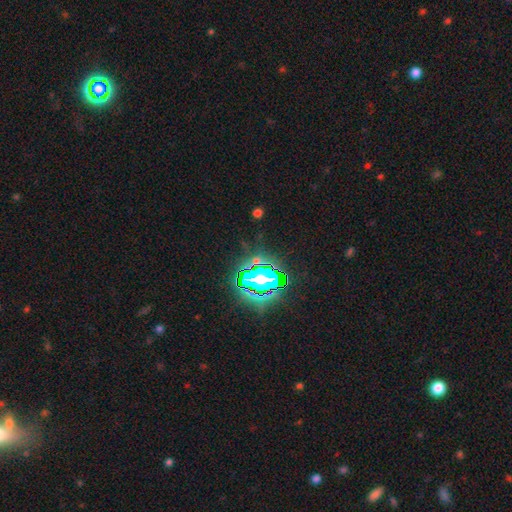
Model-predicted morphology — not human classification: The model was most divided on "smooth or featured": star or artifact: 82%, smooth: 10%, featured or disk: 7%.